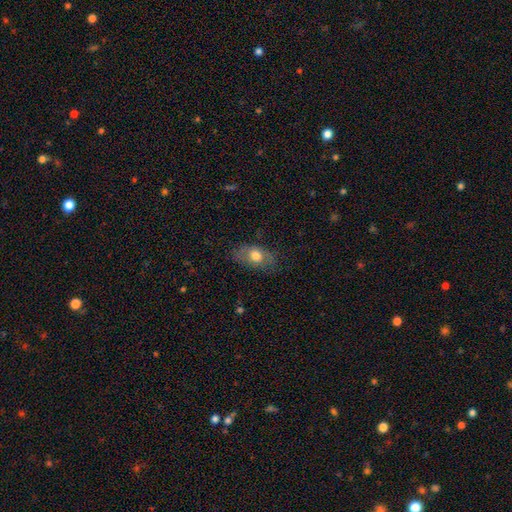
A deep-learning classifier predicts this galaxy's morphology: smooth-or-featured: smooth: 67% | featured or disk: 25% | star or artifact: 8%
  how-rounded: in between: 85% | round: 12% | cigar-shaped: 4%
  merging: none: 70% | minor disturbance: 21% | major disturbance: 8% | merger: 1%